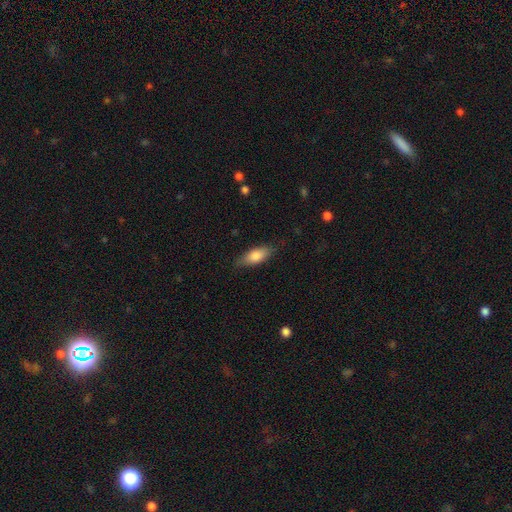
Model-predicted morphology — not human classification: Smooth or featured: smooth — 79% (featured or disk — 15%)
How rounded: in between — 78% (cigar-shaped — 20%)
Merging: none — 79% (minor disturbance — 16%)